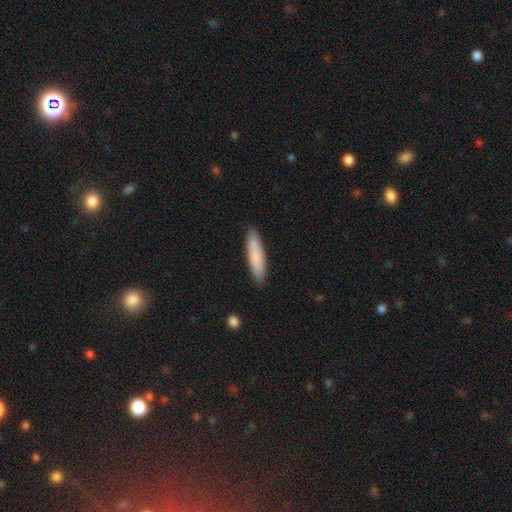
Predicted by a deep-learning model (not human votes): Smooth or featured: smooth — 82% (featured or disk — 12%)
How rounded: cigar-shaped — 78% (in between — 20%)
Merging: none — 88% (minor disturbance — 9%)